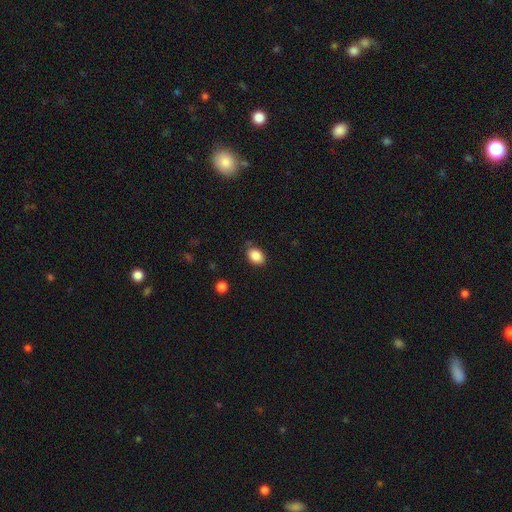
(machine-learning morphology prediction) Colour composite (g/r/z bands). It shows a smooth galaxy with no disk features (87%) that is in between round and cigar-shaped (75%). Merging: none (79%).